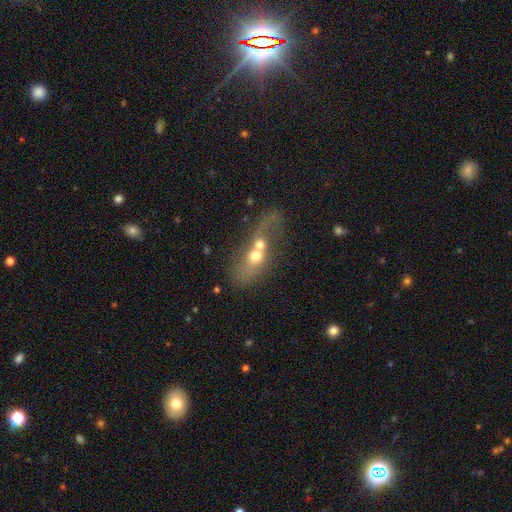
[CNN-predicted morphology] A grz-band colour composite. It shows a smooth galaxy with no disk features (48%). Merging: merger (75%).